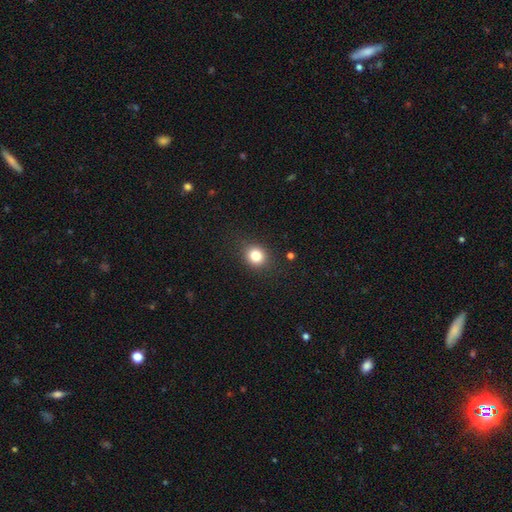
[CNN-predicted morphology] smooth_or_featured: smooth (p=0.82) [alt: star or artifact p=0.12]
how_rounded: round (p=0.77) [alt: in between p=0.22]
merging: none (p=0.87) [alt: minor disturbance p=0.09]